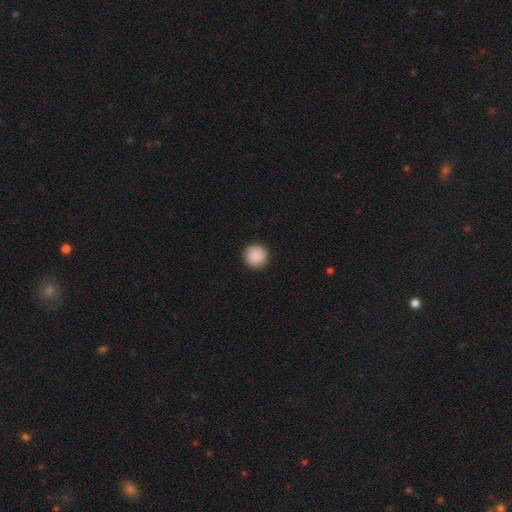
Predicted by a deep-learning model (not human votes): Overall: smooth (90%). How rounded: round (95%). Merging: none (92%).